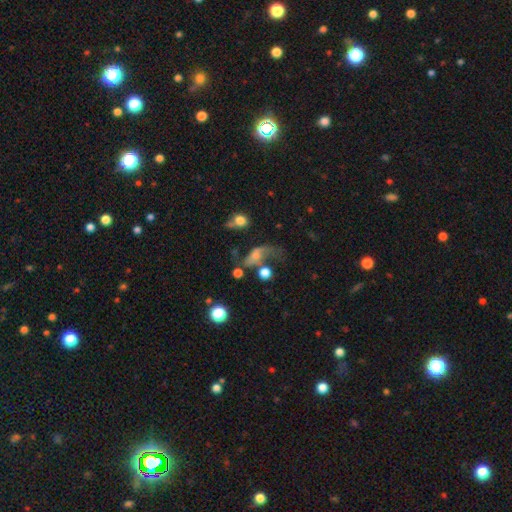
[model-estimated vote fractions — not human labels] Overall: smooth (46%; featured or disk 38%). Merging: major disturbance (38%; none 26%).